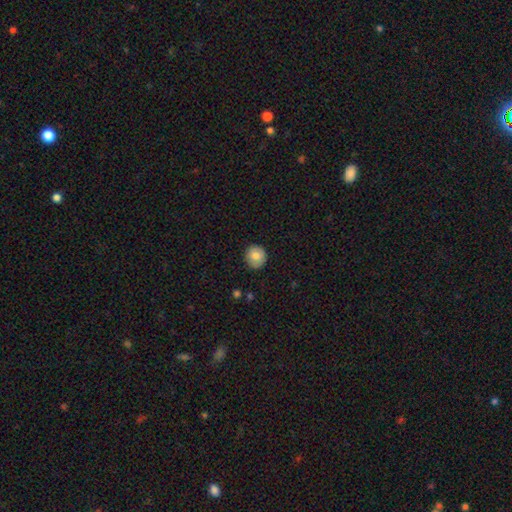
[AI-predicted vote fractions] Q: Smooth or featured?
A: smooth (79%); runner-up: featured or disk (13%)
Q: How rounded?
A: round (91%); runner-up: in between (8%)
Q: Merging?
A: none (88%); runner-up: minor disturbance (9%)